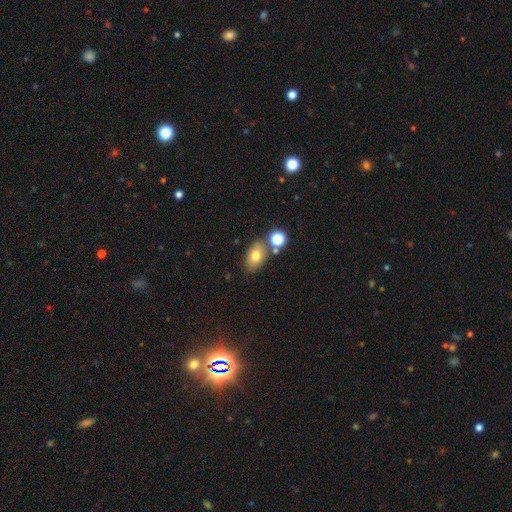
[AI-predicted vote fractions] This is likely a smooth galaxy (75%). How rounded: clearly in between (83%). Merging: likely none (68%).